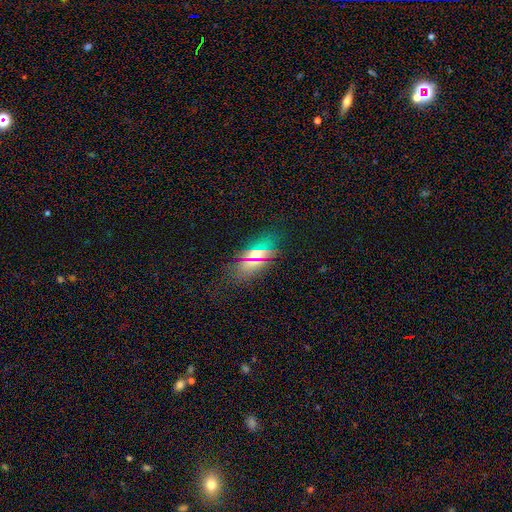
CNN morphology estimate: smooth_or_featured: smooth (p=0.59) [alt: featured or disk p=0.21]
how_rounded: in between (p=0.81) [alt: round p=0.11]
merging: none (p=0.81) [alt: minor disturbance p=0.12]